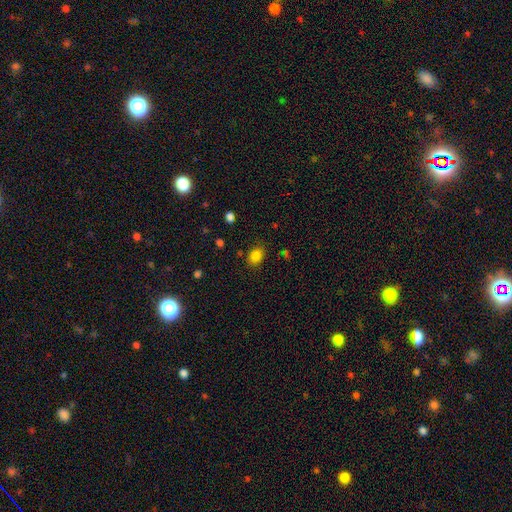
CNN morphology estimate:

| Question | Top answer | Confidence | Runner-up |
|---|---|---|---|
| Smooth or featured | smooth | 83% | star or artifact (12%) |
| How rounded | in between | 59% | round (40%) |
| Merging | none | 83% | minor disturbance (12%) |